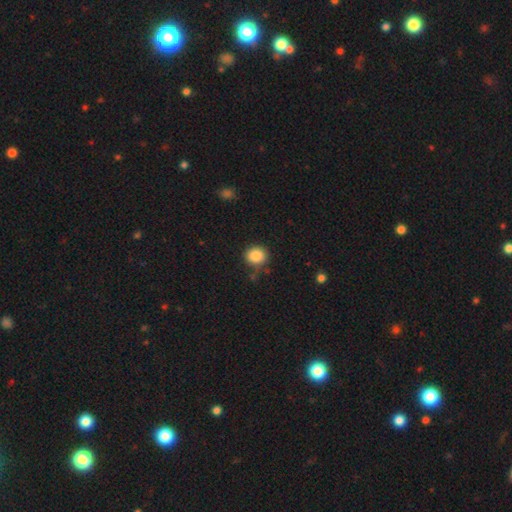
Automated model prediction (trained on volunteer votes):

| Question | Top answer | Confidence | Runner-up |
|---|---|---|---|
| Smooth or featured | smooth | 87% | star or artifact (9%) |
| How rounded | round | 84% | in between (15%) |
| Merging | none | 81% | minor disturbance (12%) |